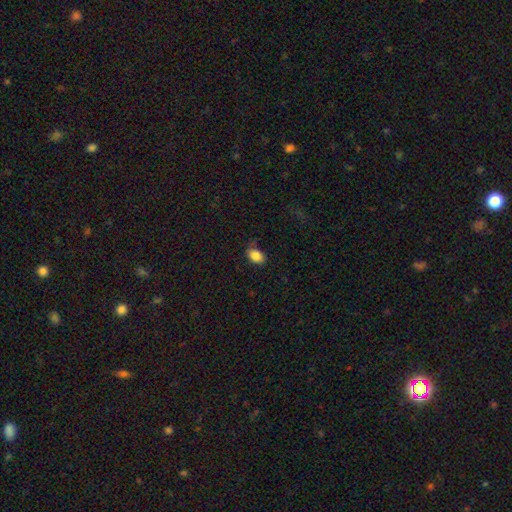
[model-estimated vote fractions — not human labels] smooth-or-featured: smooth: 85% | star or artifact: 9% | featured or disk: 6%
  how-rounded: in between: 84% | round: 15% | cigar-shaped: 1%
  merging: none: 70% | minor disturbance: 22% | major disturbance: 5% | merger: 3%